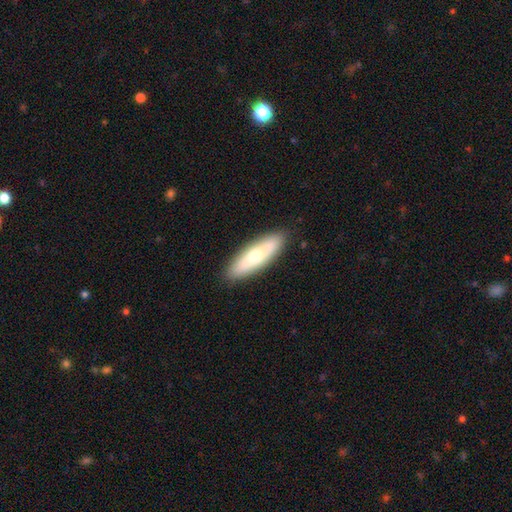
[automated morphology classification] Q: Smooth or featured?
A: smooth (64%); runner-up: featured or disk (30%)
Q: How rounded?
A: cigar-shaped (53%); runner-up: in between (45%)
Q: Merging?
A: none (89%); runner-up: minor disturbance (8%)